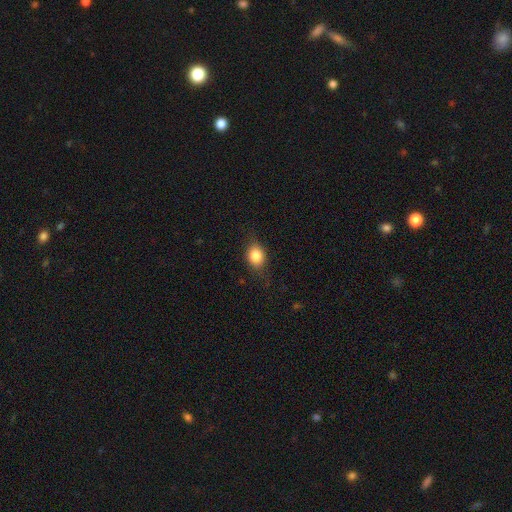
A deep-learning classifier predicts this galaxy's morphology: Overall: smooth (80%). How rounded: round (50%; in between 48%). Merging: none (73%).